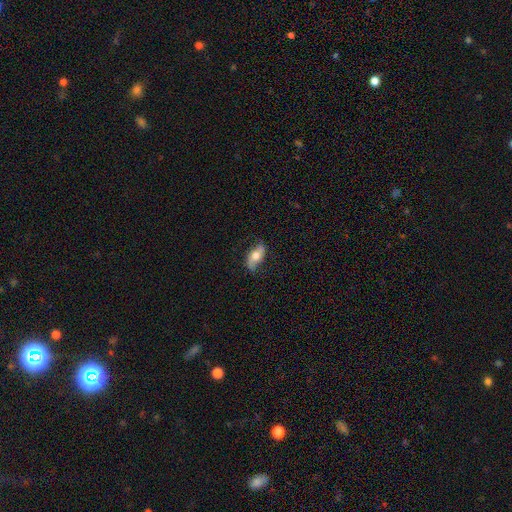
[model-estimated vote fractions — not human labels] featured or disk 55%, smooth 37%, star or artifact 8%. Down the decision tree: edge-on disk — no (83%); merging — none (75%).